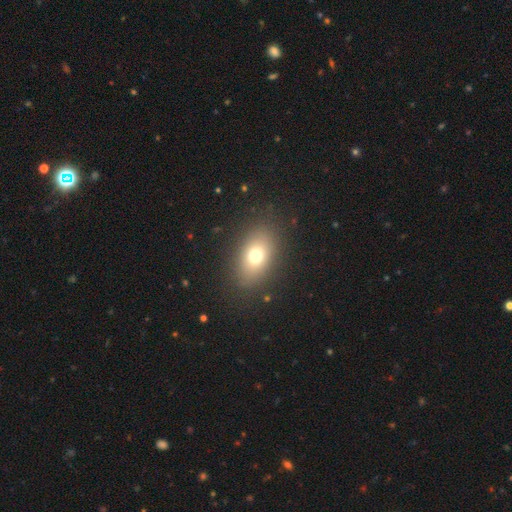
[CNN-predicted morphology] This appears to be a smooth galaxy with no disk features (73%) that is in between round and cigar-shaped (81%). Merging: none (85%).